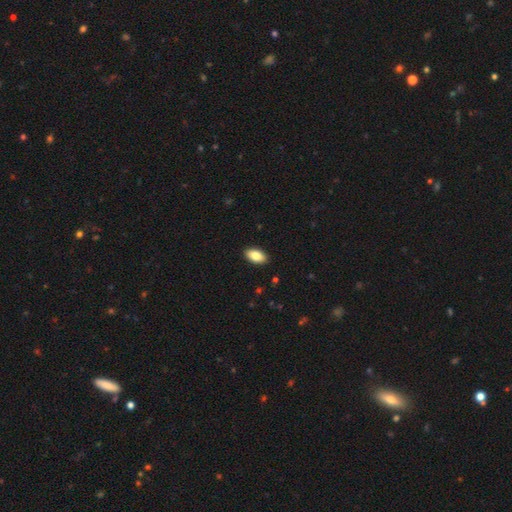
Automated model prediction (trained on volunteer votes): A smooth galaxy with no disk features (86%) that is in between round and cigar-shaped (94%).

Vote fractions:
- Smooth or featured? smooth: 86% / featured or disk: 7% / star or artifact: 7%
- How rounded? in between: 94% / round: 4% / cigar-shaped: 3%
- Merging? none: 90% / minor disturbance: 7% / major disturbance: 2% / merger: 1%